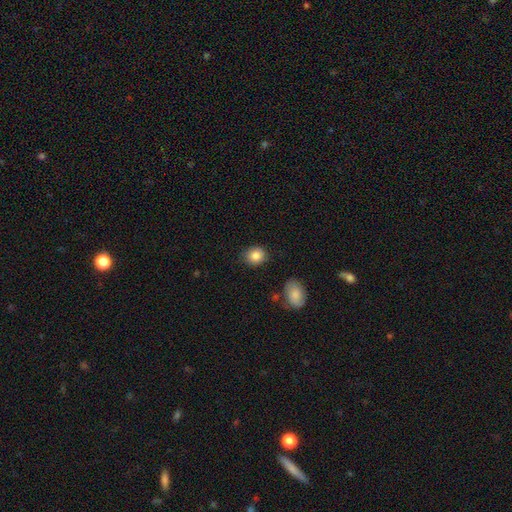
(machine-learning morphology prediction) Smooth or featured?
  - smooth: 85% *
  - star or artifact: 9%
  - featured or disk: 6%
How rounded?
  - round: 69% *
  - in between: 30%
  - cigar-shaped: 1%
Merging?
  - none: 83% *
  - minor disturbance: 12%
  - major disturbance: 3%
  - merger: 2%